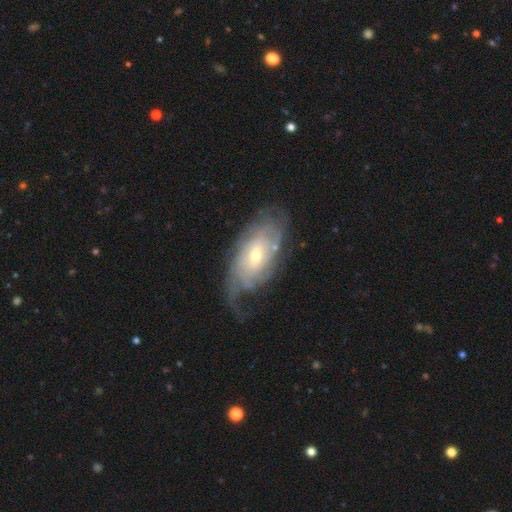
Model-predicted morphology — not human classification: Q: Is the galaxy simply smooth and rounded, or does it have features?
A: featured or disk — 79%.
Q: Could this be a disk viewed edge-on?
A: no — 92%.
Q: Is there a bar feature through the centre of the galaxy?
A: no — 60%.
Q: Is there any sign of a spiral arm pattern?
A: yes — 89%.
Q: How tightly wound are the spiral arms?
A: tight — 60%.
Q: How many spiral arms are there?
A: can't tell — 53%.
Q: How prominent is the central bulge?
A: small — 53%.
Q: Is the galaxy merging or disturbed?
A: none — 58%.